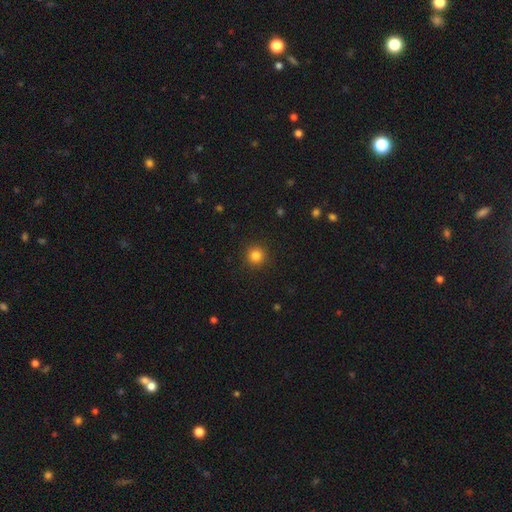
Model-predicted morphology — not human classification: Smooth or featured? Predicted: smooth (p=0.83). How rounded? Predicted: round (p=0.95). Merging? Predicted: none (p=0.92).